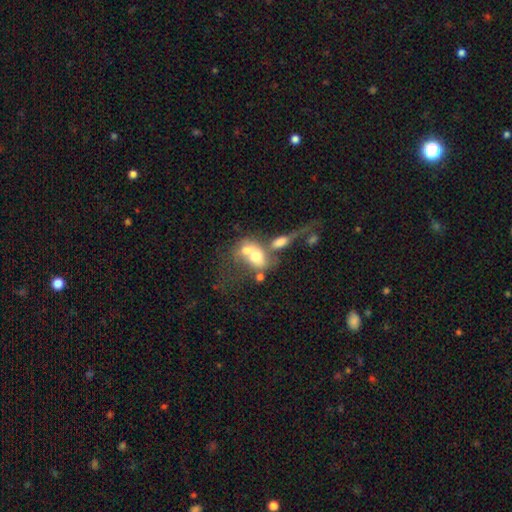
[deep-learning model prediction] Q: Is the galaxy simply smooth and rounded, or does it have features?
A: smooth — 51%.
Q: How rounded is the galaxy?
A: in between — 67%.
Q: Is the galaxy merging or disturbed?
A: merger — 67%.